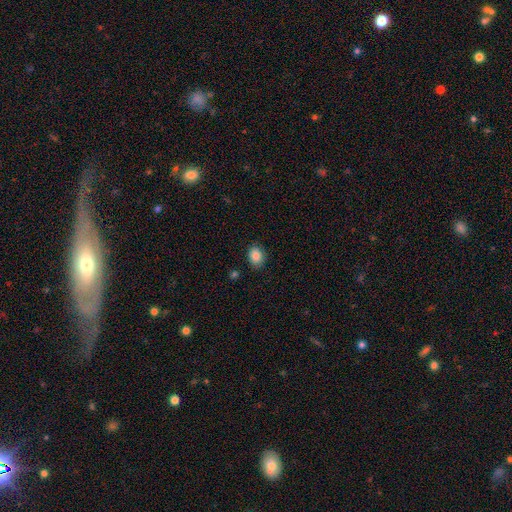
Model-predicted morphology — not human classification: smooth_or_featured: smooth (p=0.87) [alt: star or artifact p=0.09]
how_rounded: in between (p=0.61) [alt: round p=0.38]
merging: none (p=0.87) [alt: minor disturbance p=0.09]